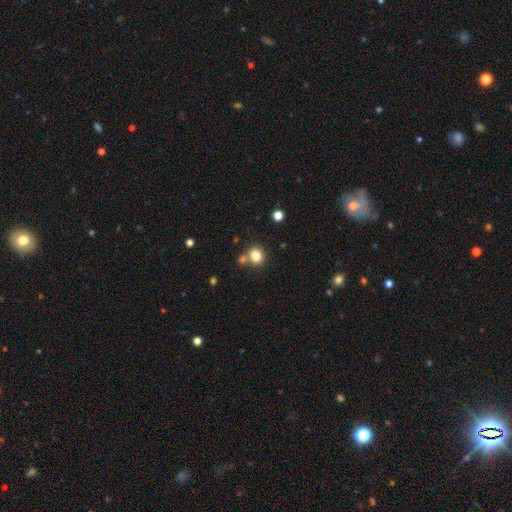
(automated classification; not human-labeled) Q: Smooth or featured?
A: smooth (82%); runner-up: star or artifact (11%)
Q: How rounded?
A: round (85%); runner-up: in between (14%)
Q: Merging?
A: none (70%); runner-up: merger (18%)